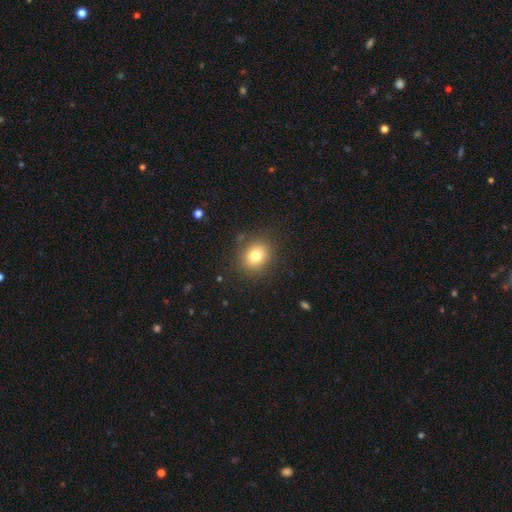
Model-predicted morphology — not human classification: smooth 79%, star or artifact 12%, featured or disk 10%. Down the decision tree: how rounded — round (61%); merging — none (85%).